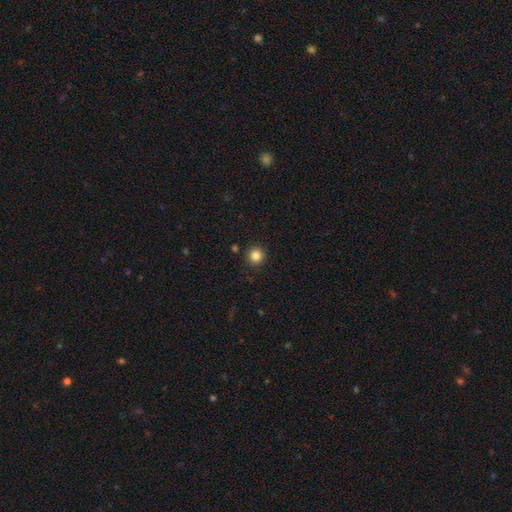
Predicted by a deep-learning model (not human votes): A smooth galaxy with no disk features (84%) that is round (95%). Merging: none (91%).